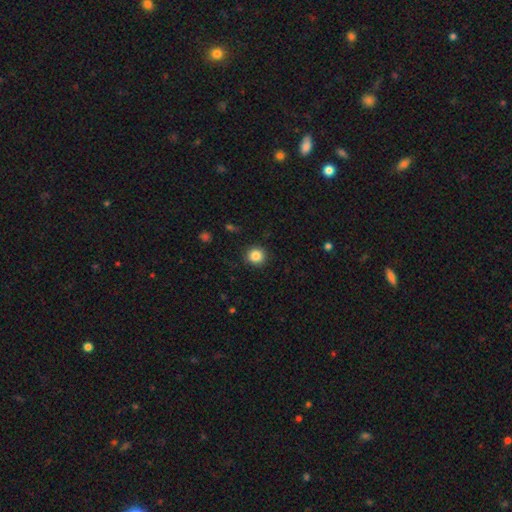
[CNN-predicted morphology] smooth 86%, star or artifact 10%, featured or disk 4%. Down the decision tree: how rounded — round (92%); merging — none (90%).